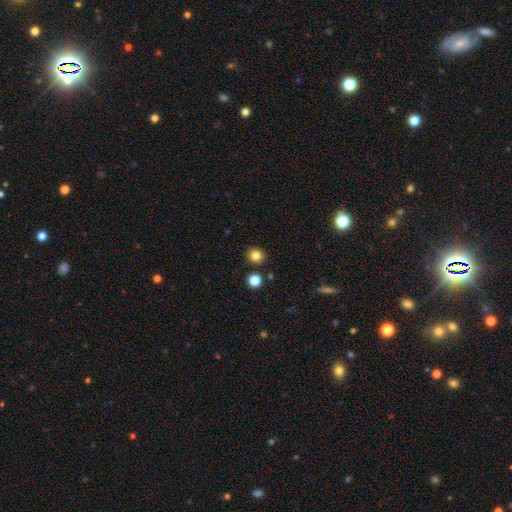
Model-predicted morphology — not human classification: smooth-or-featured: smooth: 82% | star or artifact: 12% | featured or disk: 5%
  how-rounded: round: 86% | in between: 13% | cigar-shaped: 1%
  merging: none: 88% | minor disturbance: 6% | merger: 4% | major disturbance: 2%